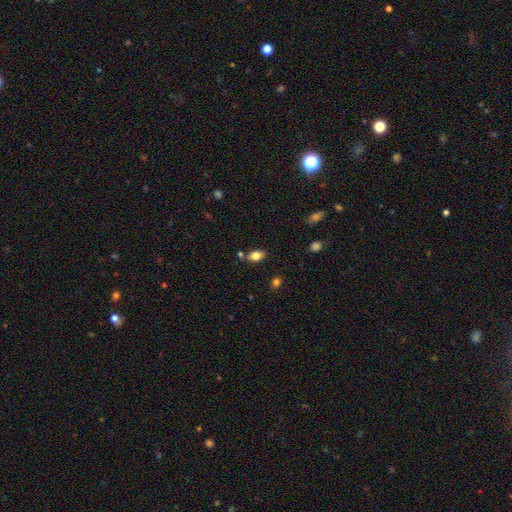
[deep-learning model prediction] Overall: smooth (80%). How rounded: in between (87%). Merging: none (74%).